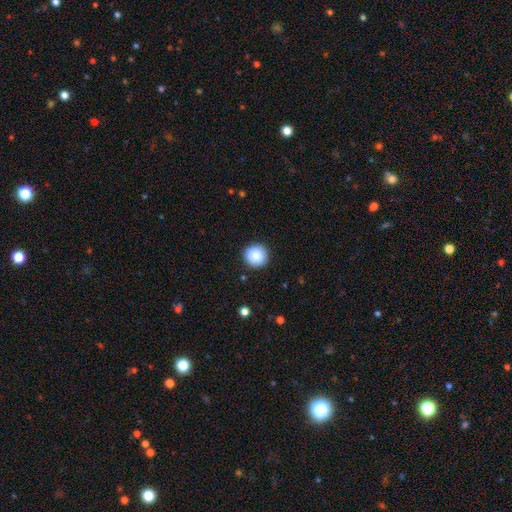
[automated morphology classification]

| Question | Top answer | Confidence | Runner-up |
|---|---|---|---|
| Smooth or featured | smooth | 88% | star or artifact (8%) |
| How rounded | round | 95% | in between (4%) |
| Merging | none | 91% | minor disturbance (6%) |